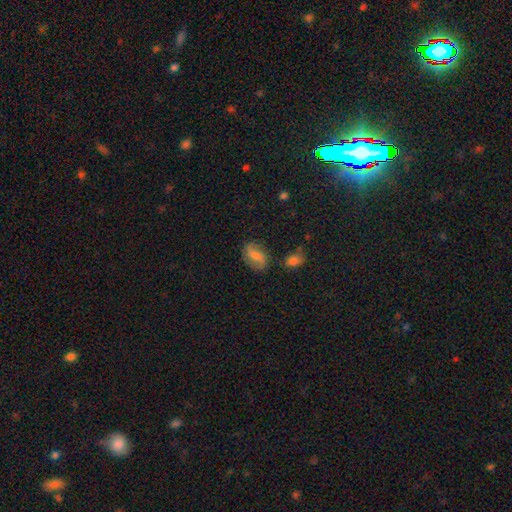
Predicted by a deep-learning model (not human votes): smooth 46%, featured or disk 45%, star or artifact 9%. Down the decision tree: merging — none (70%).